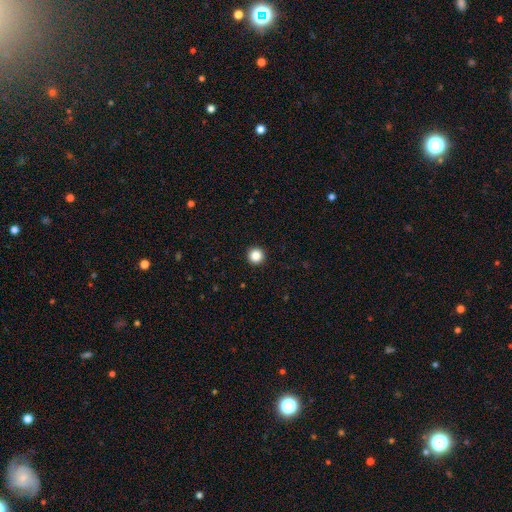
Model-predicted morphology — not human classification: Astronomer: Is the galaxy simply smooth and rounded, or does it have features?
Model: smooth — 87%.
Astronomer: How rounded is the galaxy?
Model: round — 97%.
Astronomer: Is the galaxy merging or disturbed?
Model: none — 94%.